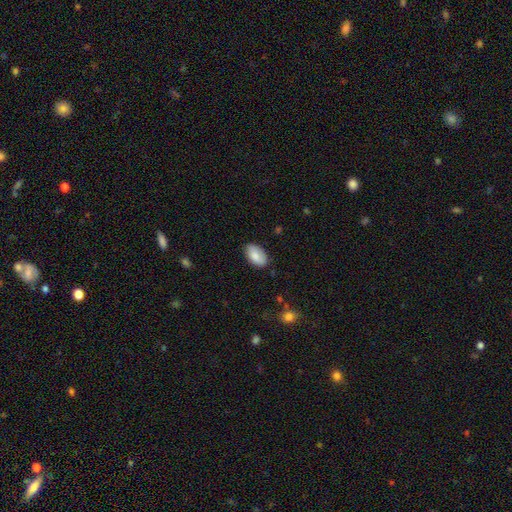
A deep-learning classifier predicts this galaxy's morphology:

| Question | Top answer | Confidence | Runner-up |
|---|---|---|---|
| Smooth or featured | smooth | 84% | featured or disk (9%) |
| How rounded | in between | 94% | round (4%) |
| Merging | none | 82% | minor disturbance (15%) |